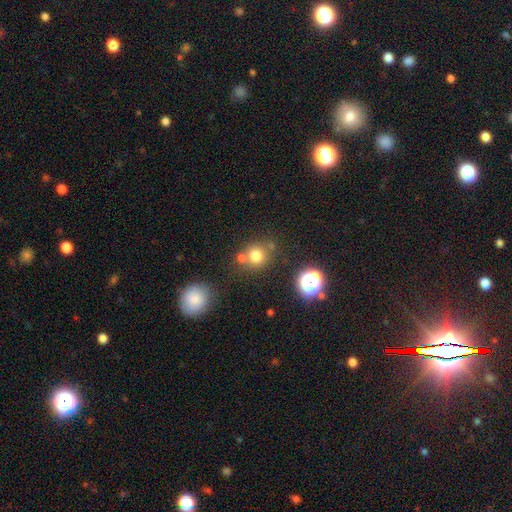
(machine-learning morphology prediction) smooth-or-featured: smooth: 73% | star or artifact: 18% | featured or disk: 9%
  how-rounded: round: 86% | in between: 13% | cigar-shaped: 1%
  merging: none: 67% | merger: 19% | minor disturbance: 11% | major disturbance: 4%